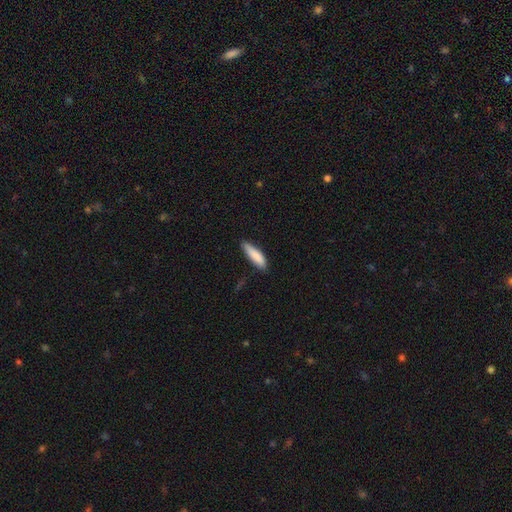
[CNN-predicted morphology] smooth-or-featured: smooth: 86% | featured or disk: 8% | star or artifact: 6%
  how-rounded: cigar-shaped: 65% | in between: 34% | round: 1%
  merging: none: 75% | minor disturbance: 21% | major disturbance: 3% | merger: 2%